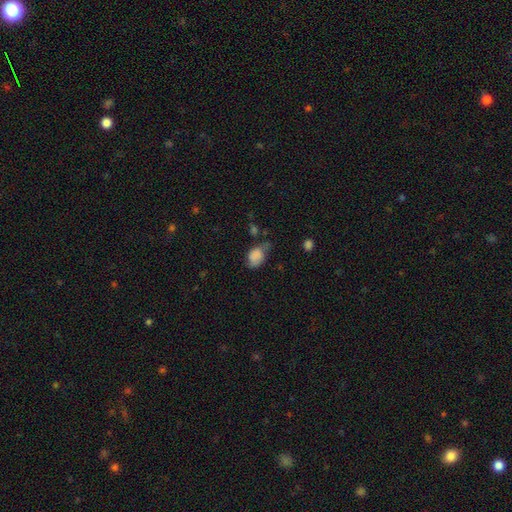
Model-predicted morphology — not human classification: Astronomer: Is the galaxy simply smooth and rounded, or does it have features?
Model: smooth — 80%.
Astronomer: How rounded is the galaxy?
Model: in between — 79%.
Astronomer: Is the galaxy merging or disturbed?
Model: none — 39%, tied with minor disturbance at 39%.